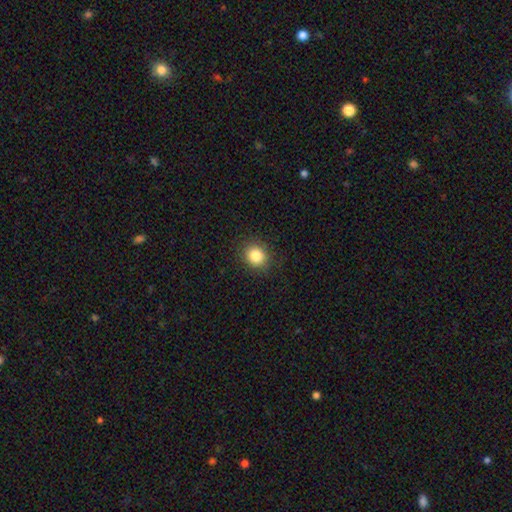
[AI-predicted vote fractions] smooth_or_featured: smooth (p=0.84) [alt: star or artifact p=0.11]
how_rounded: round (p=0.76) [alt: in between p=0.23]
merging: none (p=0.89) [alt: minor disturbance p=0.08]